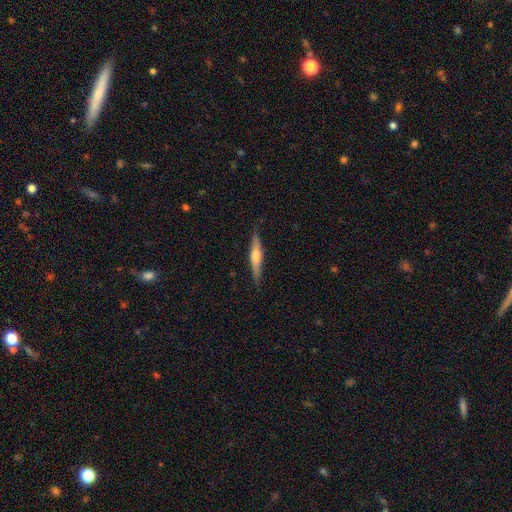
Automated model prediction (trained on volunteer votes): Overall: featured or disk (61%; smooth 33%). Edge-on disk: yes (96%). Edge-on bulge: rounded (80%). Merging: none (85%).